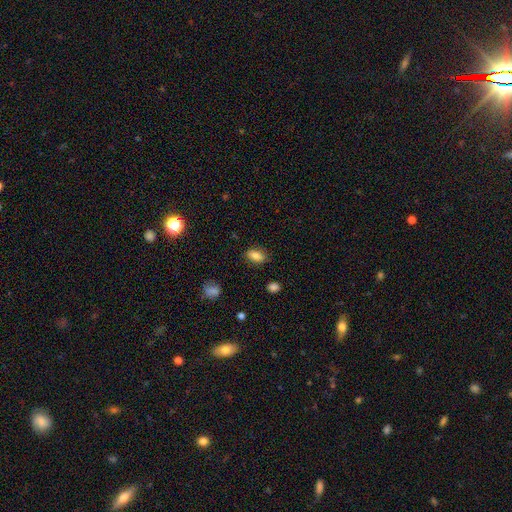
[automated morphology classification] Q: Smooth or featured?
A: smooth (83%); runner-up: star or artifact (9%)
Q: How rounded?
A: in between (87%); runner-up: round (7%)
Q: Merging?
A: none (83%); runner-up: minor disturbance (13%)